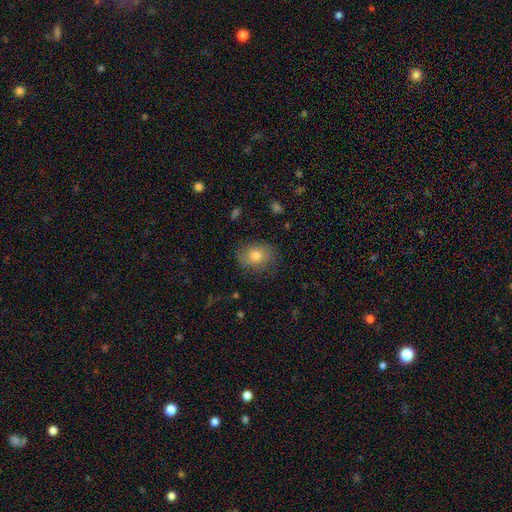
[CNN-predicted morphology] This is likely a smooth galaxy (77%). How rounded: possibly in between (56%). Merging: likely none (78%).